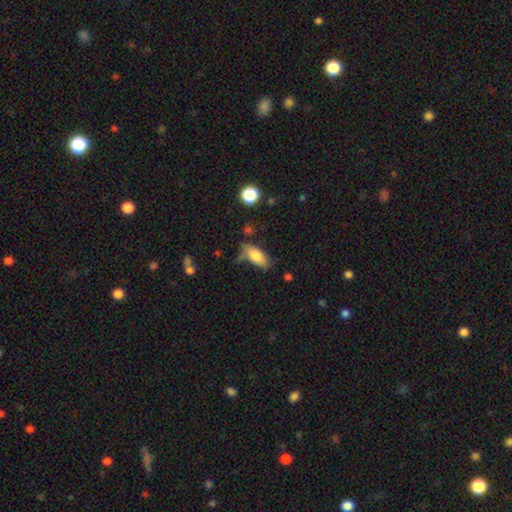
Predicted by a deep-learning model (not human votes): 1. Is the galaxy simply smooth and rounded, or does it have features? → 78% smooth, 14% featured or disk, 8% star or artifact.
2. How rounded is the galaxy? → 81% in between, 16% cigar-shaped, 3% round.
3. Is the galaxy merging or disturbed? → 61% none, 24% minor disturbance, 8% major disturbance, 7% merger.